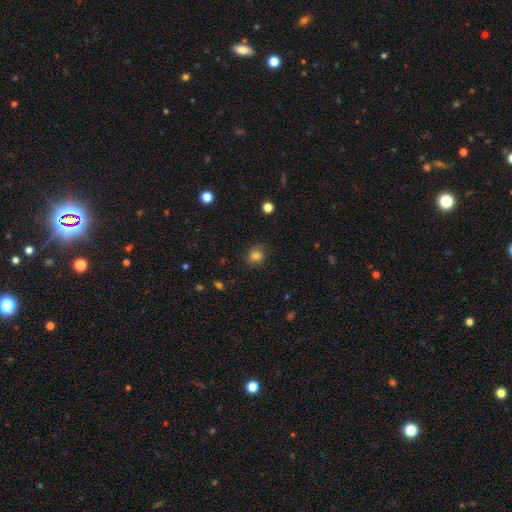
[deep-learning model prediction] Smooth or featured: smooth — 79% (star or artifact — 13%)
How rounded: round — 68% (in between — 31%)
Merging: none — 79% (minor disturbance — 16%)